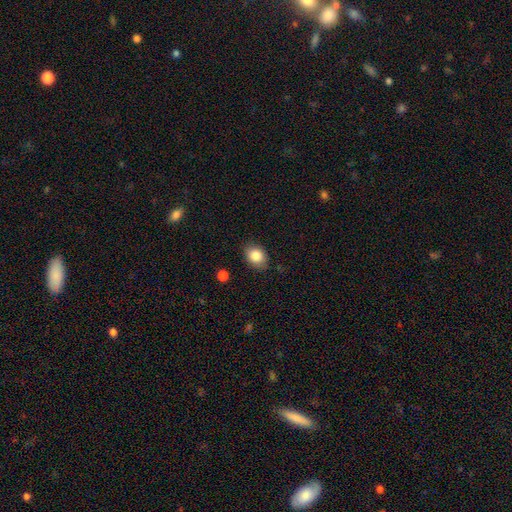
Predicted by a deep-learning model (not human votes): This appears to be a smooth galaxy with no disk features (85%) that is in between round and cigar-shaped (64%). Merging: none (82%).